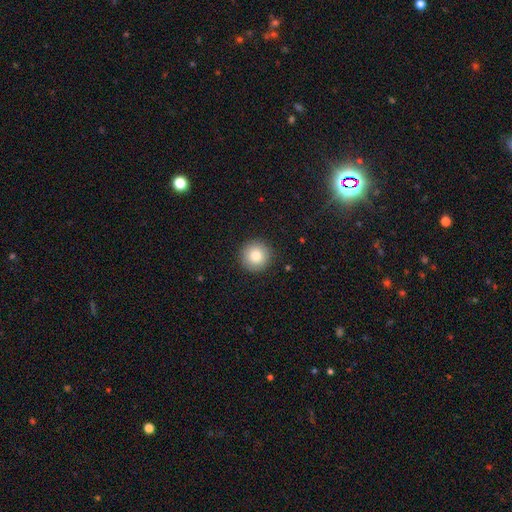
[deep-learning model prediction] This is clearly a smooth galaxy (83%). How rounded: clearly round (96%). Merging: clearly none (92%).